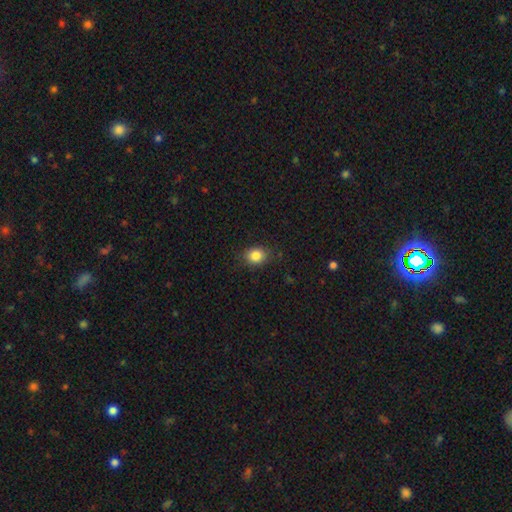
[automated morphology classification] smooth-or-featured: smooth: 85% | star or artifact: 10% | featured or disk: 5%
  how-rounded: round: 57% | in between: 42% | cigar-shaped: 1%
  merging: none: 85% | minor disturbance: 12% | major disturbance: 3% | merger: 1%